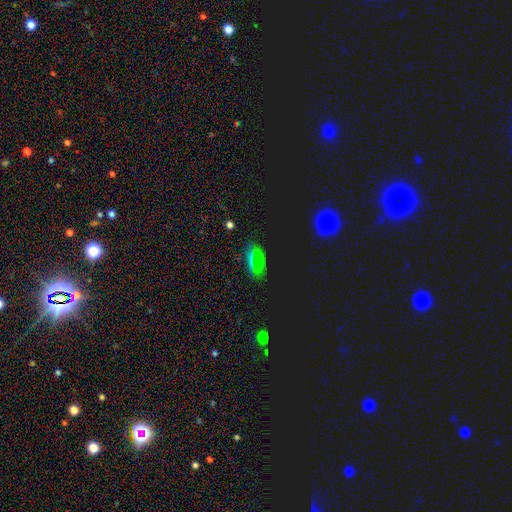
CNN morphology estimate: smooth_or_featured: star or artifact (p=0.49) [alt: smooth p=0.40]